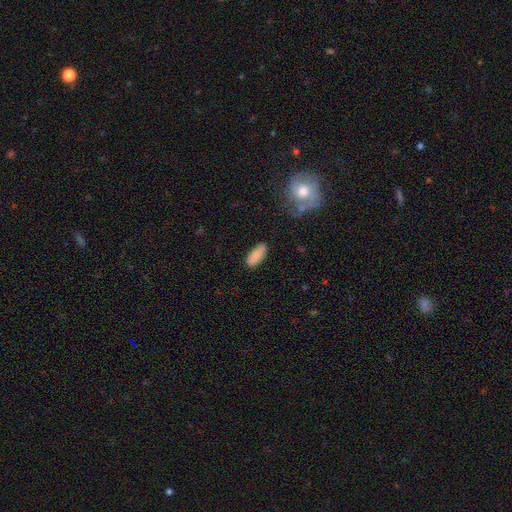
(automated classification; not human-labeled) This is clearly a smooth galaxy (86%). How rounded: likely in between (79%). Merging: clearly none (83%).